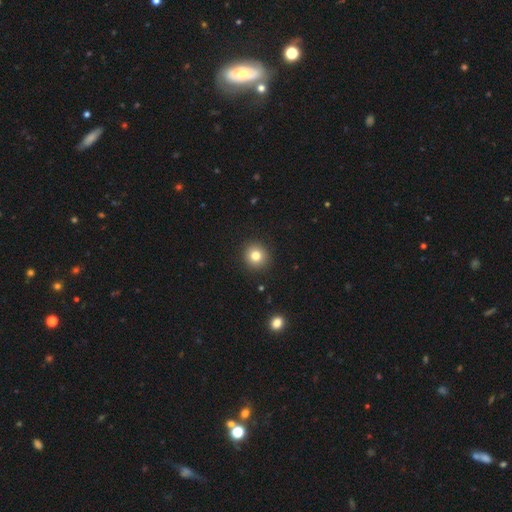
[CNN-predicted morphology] This is clearly a smooth galaxy (80%). How rounded: clearly round (92%). Merging: clearly none (92%).